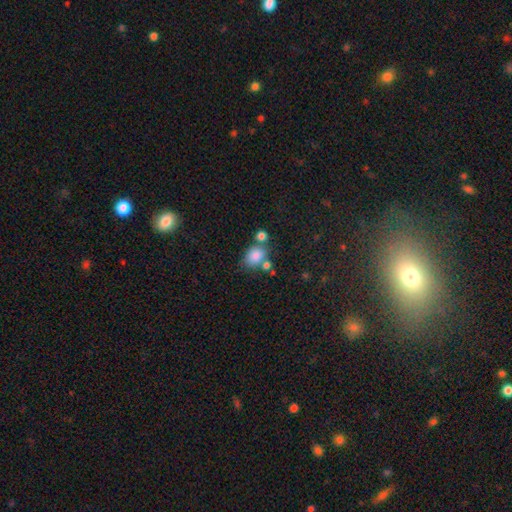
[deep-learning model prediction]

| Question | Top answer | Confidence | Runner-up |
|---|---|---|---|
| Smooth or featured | smooth | 82% | star or artifact (10%) |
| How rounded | in between | 62% | round (37%) |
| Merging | none | 53% | merger (26%) |